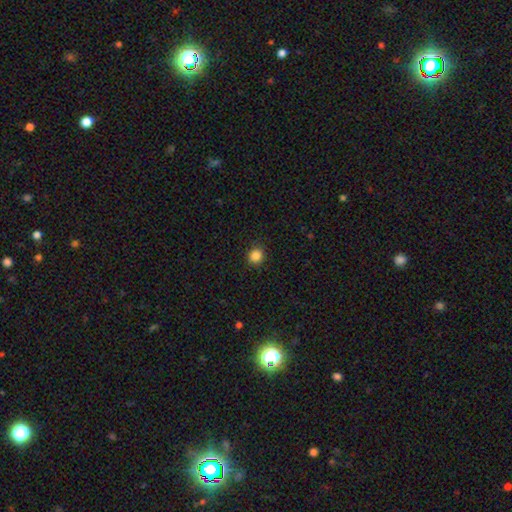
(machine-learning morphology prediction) A smooth galaxy with no disk features (85%) that is round (84%). Merging: none (90%).